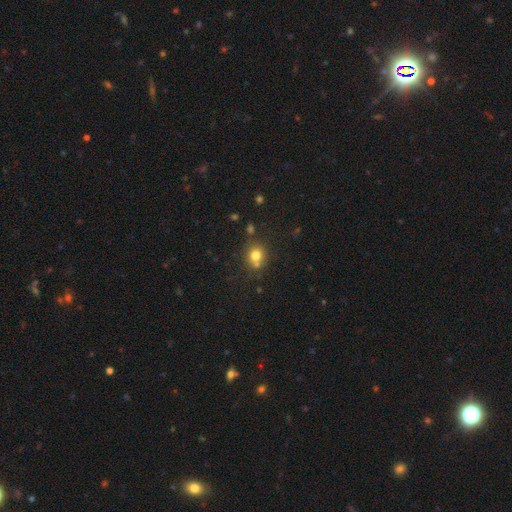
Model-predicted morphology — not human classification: A smooth galaxy with no disk features (76%) that is round (77%). Merging: none (63%).